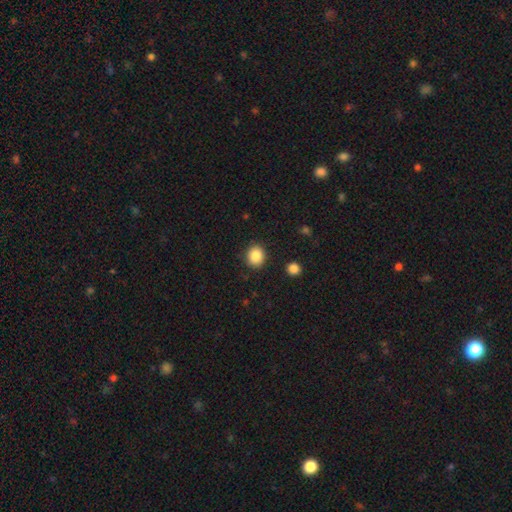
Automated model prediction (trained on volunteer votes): smooth_or_featured: smooth (p=0.86) [alt: star or artifact p=0.09]
how_rounded: round (p=0.75) [alt: in between p=0.25]
merging: none (p=0.88) [alt: minor disturbance p=0.08]